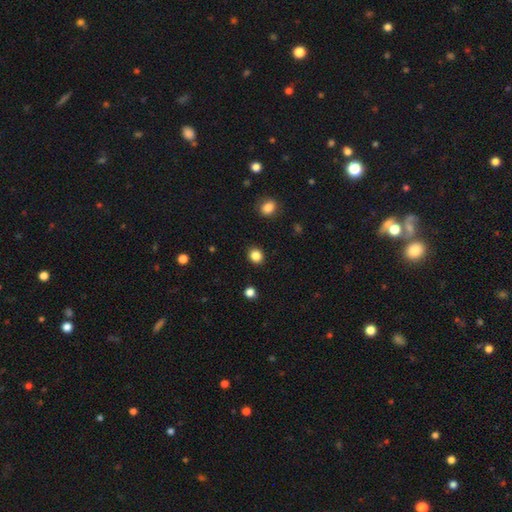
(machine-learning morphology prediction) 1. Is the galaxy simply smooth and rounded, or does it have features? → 84% smooth, 12% star or artifact, 4% featured or disk.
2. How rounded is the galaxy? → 74% round, 25% in between, 1% cigar-shaped.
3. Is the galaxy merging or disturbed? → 90% none, 6% minor disturbance, 2% major disturbance, 1% merger.